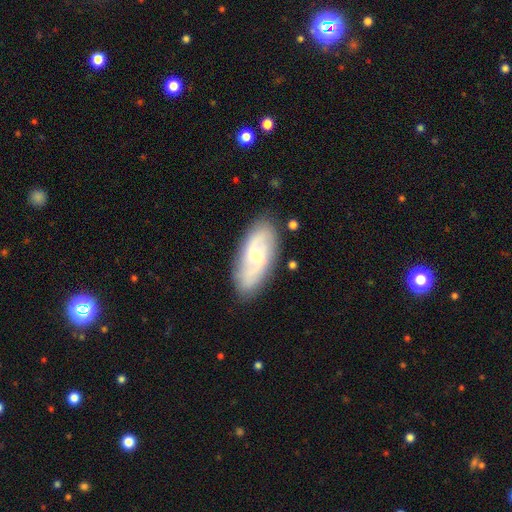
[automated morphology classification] The model was most divided on "bulge size": moderate: 46%, small: 45%, large: 4%, none: 4%, dominant: 1%. Remaining: edge-on disk — no (91%); spiral arms — yes (85%); merging — none (82%); smooth or featured — featured or disk (61%); bar — weak (48%).